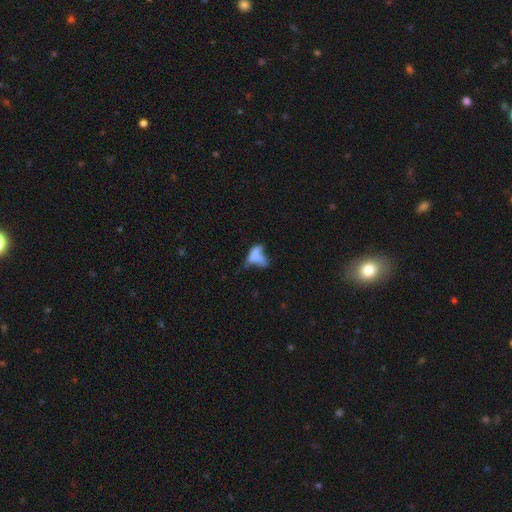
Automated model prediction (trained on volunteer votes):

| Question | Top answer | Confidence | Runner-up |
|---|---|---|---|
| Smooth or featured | smooth | 57% | featured or disk (29%) |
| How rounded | in between | 73% | cigar-shaped (19%) |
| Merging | merger | 39% | major disturbance (24%) |